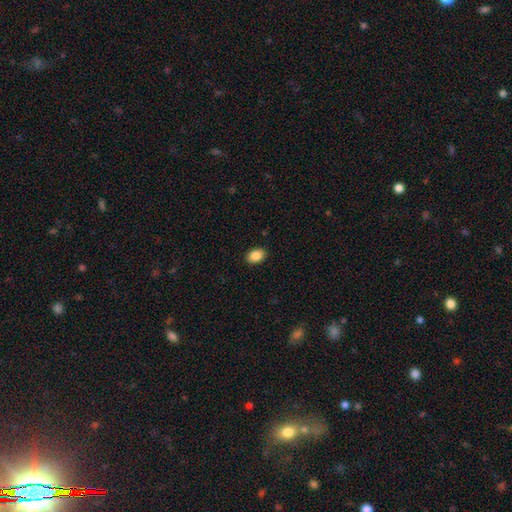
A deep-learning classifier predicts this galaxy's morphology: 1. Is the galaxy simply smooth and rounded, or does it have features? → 89% smooth, 8% star or artifact, 4% featured or disk.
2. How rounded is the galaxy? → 83% in between, 16% round, 1% cigar-shaped.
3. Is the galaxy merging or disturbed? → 89% none, 8% minor disturbance, 2% major disturbance, 1% merger.